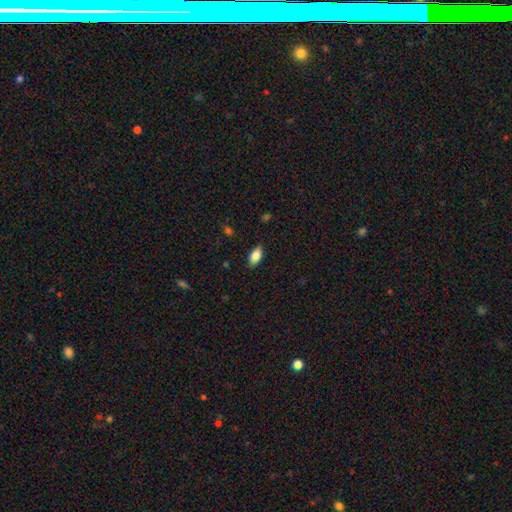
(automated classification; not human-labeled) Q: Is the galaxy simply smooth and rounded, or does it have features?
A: smooth — 83%.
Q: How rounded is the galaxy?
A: in between — 91%.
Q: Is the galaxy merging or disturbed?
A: none — 85%.